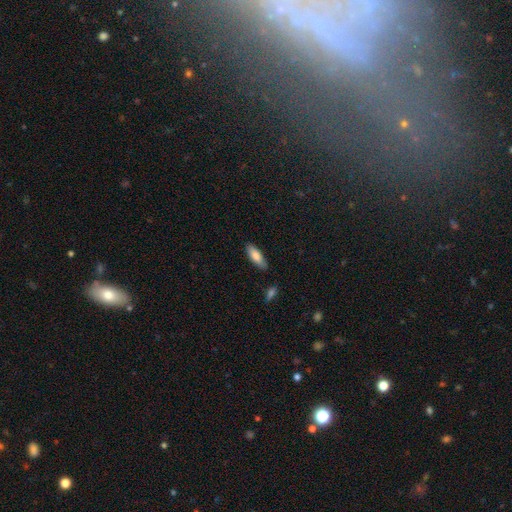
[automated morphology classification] smooth-or-featured: smooth: 80% | featured or disk: 14% | star or artifact: 6%
  how-rounded: in between: 63% | cigar-shaped: 35% | round: 2%
  merging: none: 84% | minor disturbance: 12% | major disturbance: 2% | merger: 2%